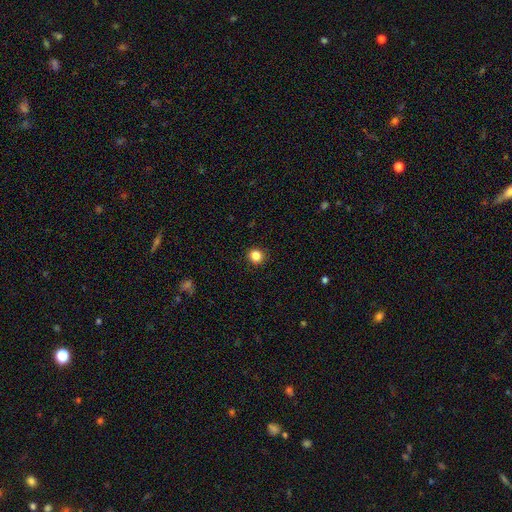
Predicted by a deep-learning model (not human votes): Smooth or featured: smooth — 85% (star or artifact — 12%)
How rounded: round — 91% (in between — 8%)
Merging: none — 91% (minor disturbance — 6%)